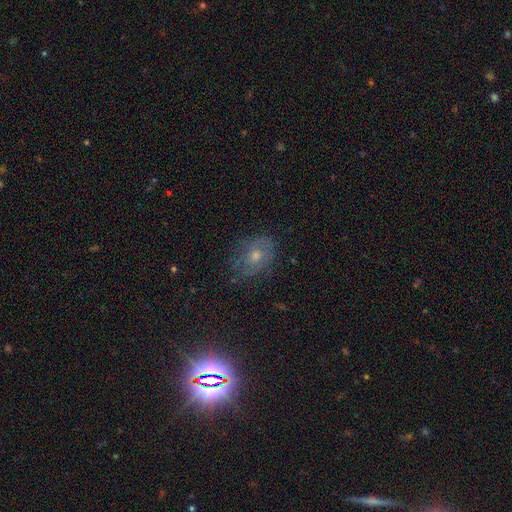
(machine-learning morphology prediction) smooth-or-featured: smooth: 41% (tied) | featured or disk: 41% (tied) | star or artifact: 18%
  merging: none: 70% | minor disturbance: 21% | major disturbance: 8% | merger: 1%